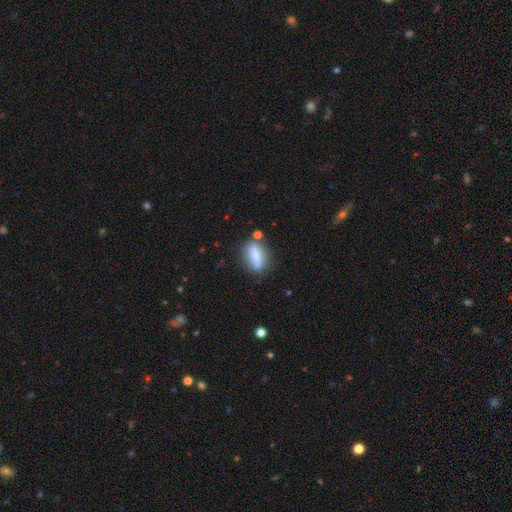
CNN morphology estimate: Q: Smooth or featured?
A: smooth (75%); runner-up: featured or disk (17%)
Q: How rounded?
A: in between (67%); runner-up: cigar-shaped (28%)
Q: Merging?
A: none (72%); runner-up: minor disturbance (16%)